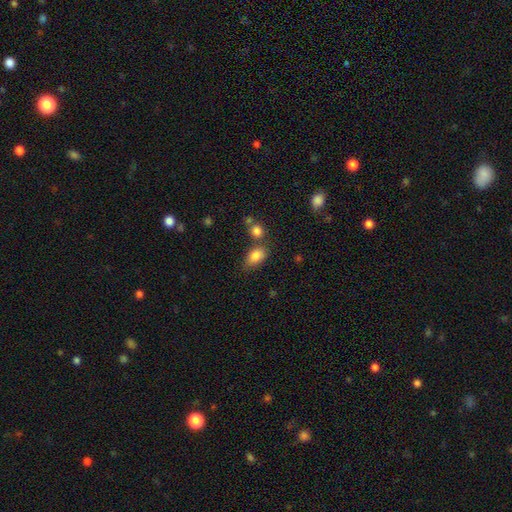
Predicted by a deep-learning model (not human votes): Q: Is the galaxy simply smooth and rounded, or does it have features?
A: smooth — 84%.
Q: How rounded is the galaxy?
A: in between — 87%.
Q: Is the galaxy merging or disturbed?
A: none — 62%.